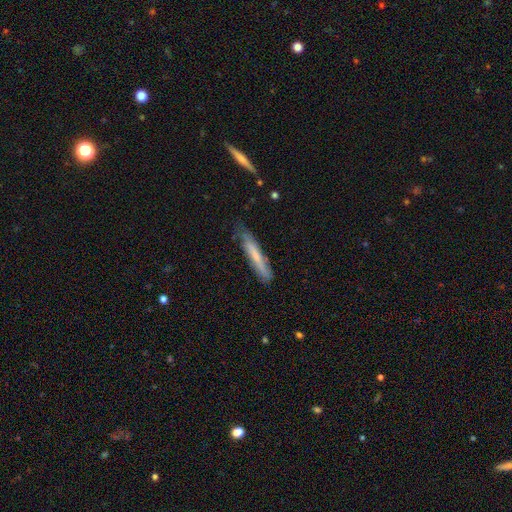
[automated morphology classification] Q: Smooth or featured?
A: smooth (62%); runner-up: featured or disk (32%)
Q: How rounded?
A: cigar-shaped (92%); runner-up: in between (6%)
Q: Merging?
A: none (69%); runner-up: minor disturbance (24%)